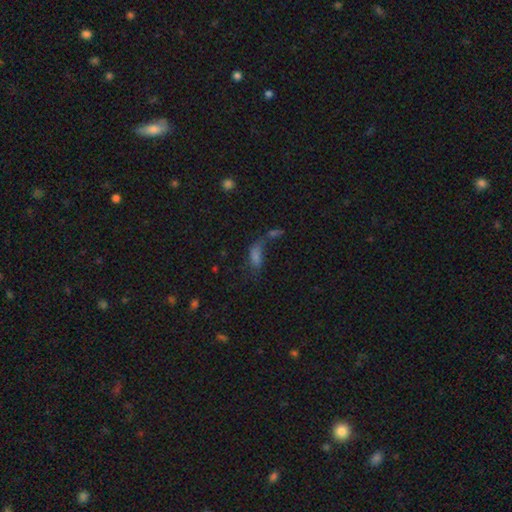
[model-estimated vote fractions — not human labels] This appears to be a smooth galaxy with no disk features (58%) that is in between round and cigar-shaped (71%). Merging: merger (37%).